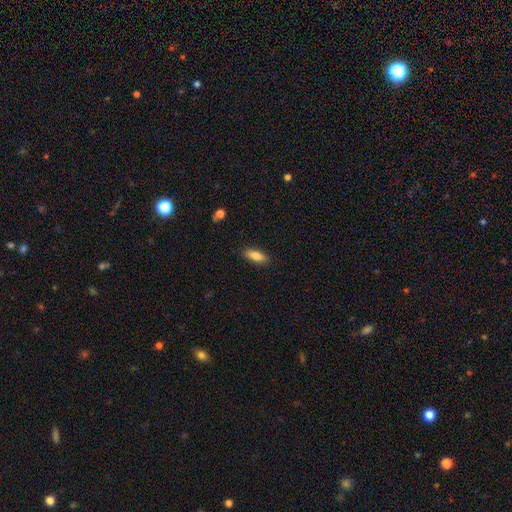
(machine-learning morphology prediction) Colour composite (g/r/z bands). It shows a smooth galaxy with no disk features (82%) that is in between round and cigar-shaped (64%). Merging: none (88%).